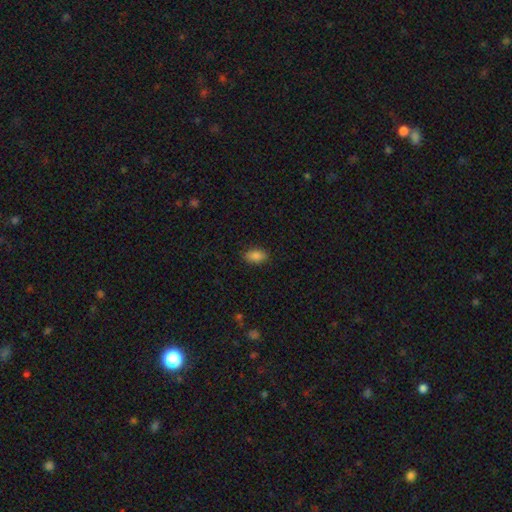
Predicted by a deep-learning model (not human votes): smooth-or-featured: smooth: 86% | star or artifact: 9% | featured or disk: 5%
  how-rounded: in between: 91% | round: 6% | cigar-shaped: 3%
  merging: none: 88% | minor disturbance: 9% | major disturbance: 2% | merger: 1%